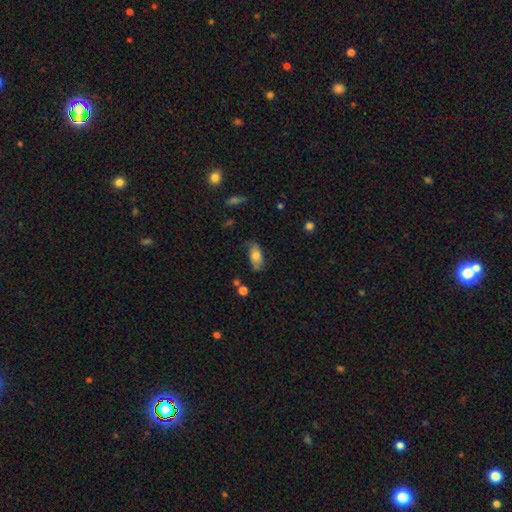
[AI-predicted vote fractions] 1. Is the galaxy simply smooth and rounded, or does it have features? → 72% smooth, 20% featured or disk, 8% star or artifact.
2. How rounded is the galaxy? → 89% in between, 7% cigar-shaped, 4% round.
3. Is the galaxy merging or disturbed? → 61% none, 28% minor disturbance, 8% major disturbance, 3% merger.